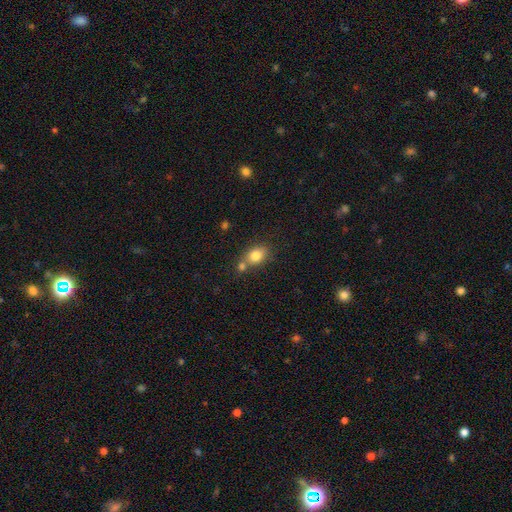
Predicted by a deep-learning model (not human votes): A smooth galaxy with no disk features (80%) that is in between round and cigar-shaped (60%). Merging: none (49%).